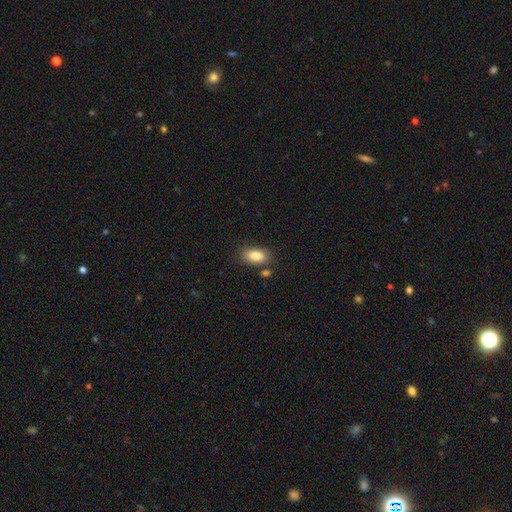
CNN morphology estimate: A smooth galaxy with no disk features (86%) that is in between round and cigar-shaped (90%). Merging: none (77%).